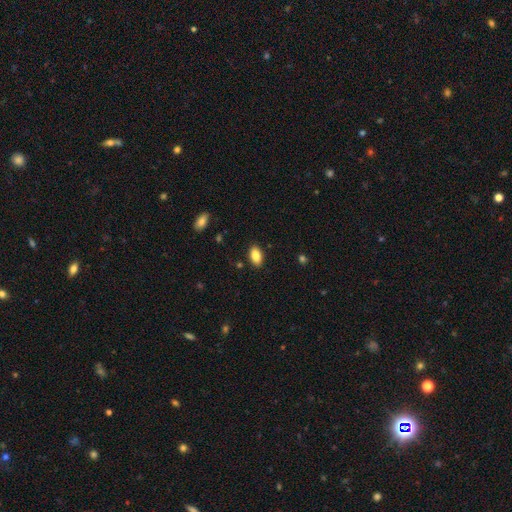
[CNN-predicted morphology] smooth 87%, star or artifact 7%, featured or disk 6%. Down the decision tree: how rounded — in between (93%); merging — none (88%).